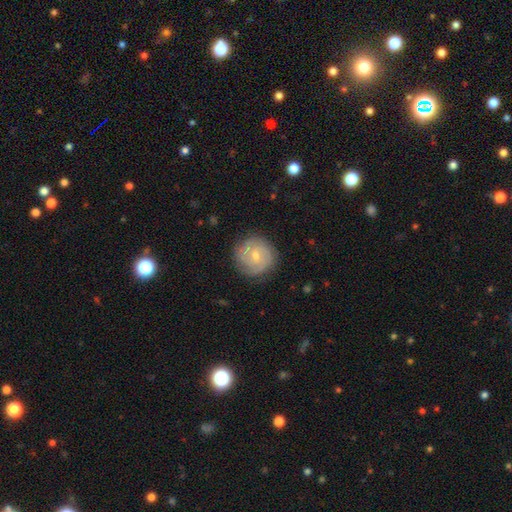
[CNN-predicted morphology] smooth-or-featured: featured or disk: 64% | smooth: 29% | star or artifact: 7%
  disk-edge-on: no: 98% | yes: 2%
    bar: no: 55% | weak: 39% | strong: 5%
    has-spiral-arms: yes: 88% | no: 12%
      spiral-winding: tight: 63% | medium: 29% | loose: 8%
      spiral-arm-count: can't tell: 33% | 2: 31% | 3: 21% | 4: 6% | 1: 5% | more than 4: 4%
    bulge-size: small: 55% | moderate: 41% | none: 2% | large: 1% | dominant: 1%
  merging: none: 81% | minor disturbance: 14% | major disturbance: 4% | merger: 1%